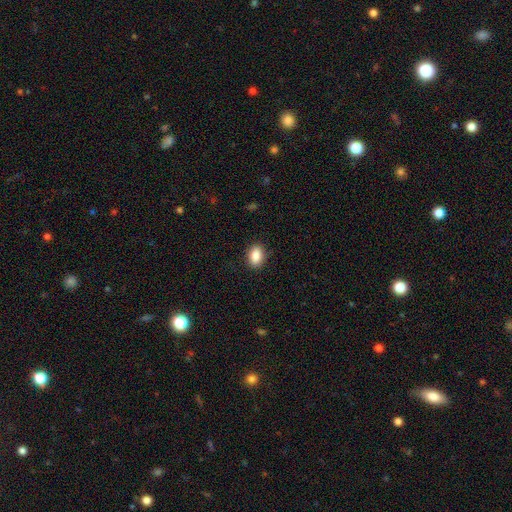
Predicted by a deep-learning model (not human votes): Smooth or featured? smooth (88%)
How rounded? in between (81%)
Merging? none (89%)